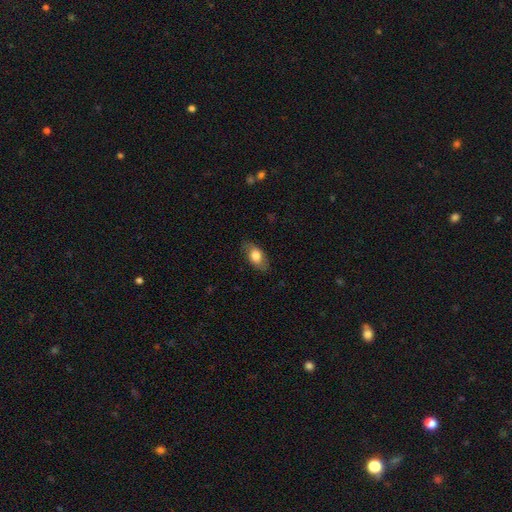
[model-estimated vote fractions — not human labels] smooth 74%, featured or disk 19%, star or artifact 7%. Down the decision tree: how rounded — in between (90%); merging — none (79%).